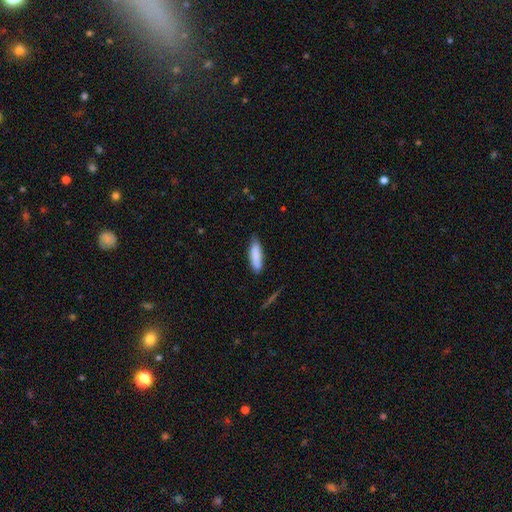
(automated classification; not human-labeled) Smooth or featured? Predicted: smooth (p=0.85). How rounded? Predicted: cigar-shaped (p=0.51). Merging? Predicted: none (p=0.73).